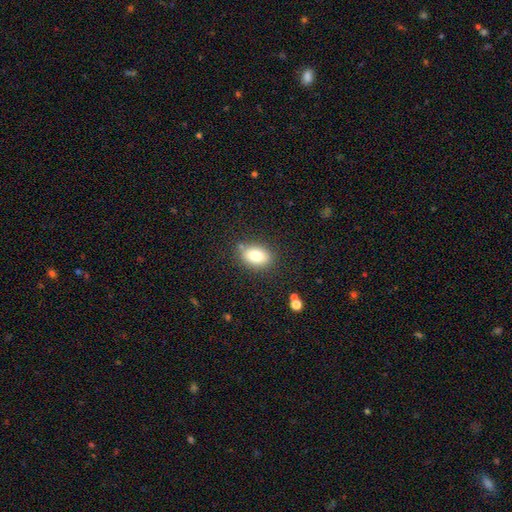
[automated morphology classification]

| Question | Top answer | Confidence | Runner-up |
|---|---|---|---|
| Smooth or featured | smooth | 81% | featured or disk (11%) |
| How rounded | in between | 80% | round (18%) |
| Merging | none | 81% | minor disturbance (12%) |